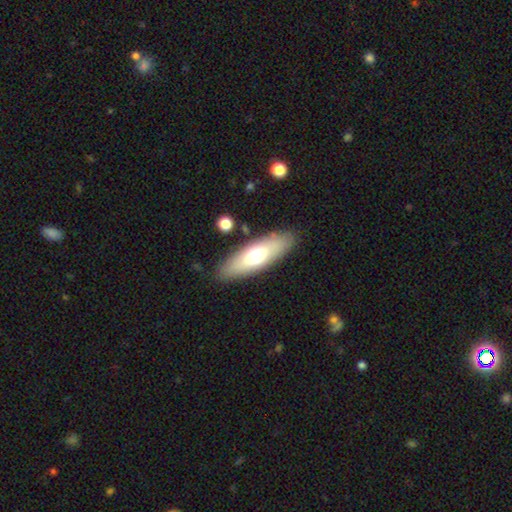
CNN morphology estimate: smooth_or_featured: smooth (p=0.63) [alt: featured or disk p=0.31]
how_rounded: in between (p=0.59) [alt: cigar-shaped p=0.39]
merging: none (p=0.85) [alt: minor disturbance p=0.09]